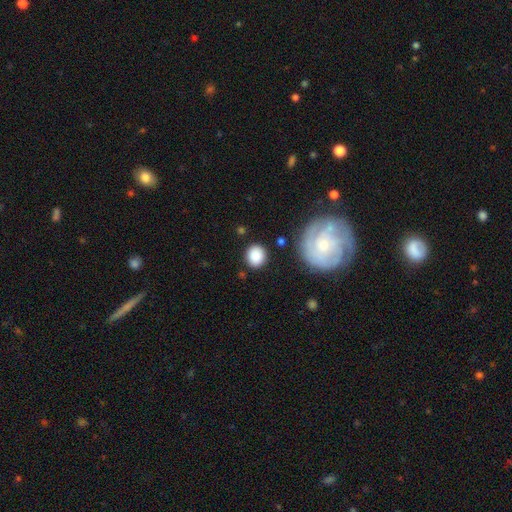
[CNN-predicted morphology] Q: Smooth or featured?
A: smooth (87%); runner-up: star or artifact (7%)
Q: How rounded?
A: round (80%); runner-up: in between (19%)
Q: Merging?
A: none (83%); runner-up: minor disturbance (10%)